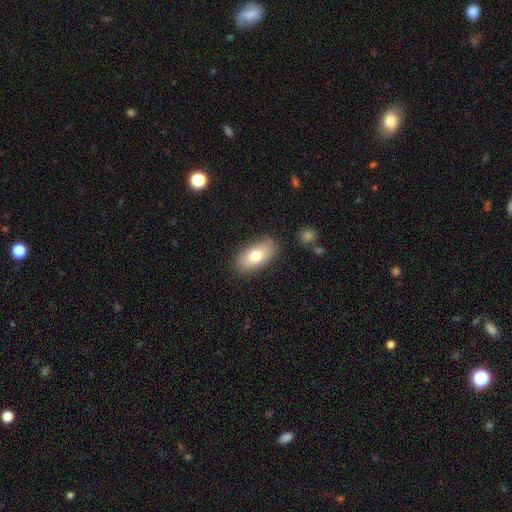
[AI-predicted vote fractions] smooth_or_featured: smooth (p=0.75) [alt: featured or disk p=0.18]
how_rounded: in between (p=0.90) [alt: cigar-shaped p=0.06]
merging: none (p=0.84) [alt: minor disturbance p=0.12]